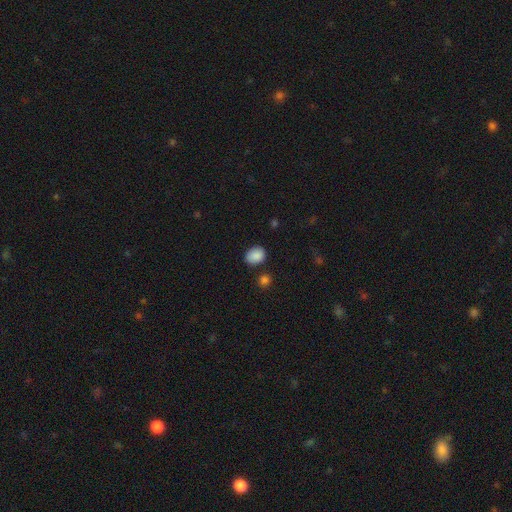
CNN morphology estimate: Smooth or featured? Predicted: smooth (p=0.88). How rounded? Predicted: in between (p=0.60). Merging? Predicted: none (p=0.81).